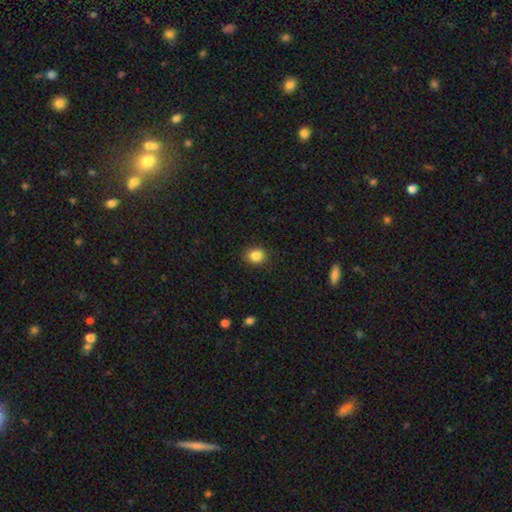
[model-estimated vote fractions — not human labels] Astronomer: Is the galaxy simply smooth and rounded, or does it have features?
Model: smooth — 86%.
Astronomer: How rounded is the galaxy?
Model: round — 68%.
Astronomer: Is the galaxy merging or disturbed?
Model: none — 89%.